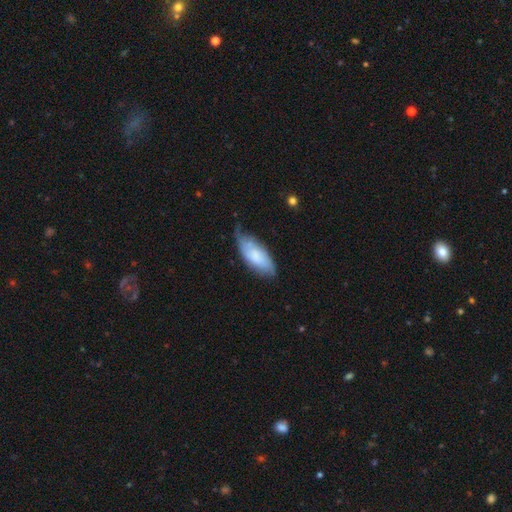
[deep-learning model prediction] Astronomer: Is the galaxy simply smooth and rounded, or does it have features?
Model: smooth — 67%.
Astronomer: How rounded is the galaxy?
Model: in between — 83%.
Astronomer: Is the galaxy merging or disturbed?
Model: none — 43%, tied with minor disturbance at 43%.